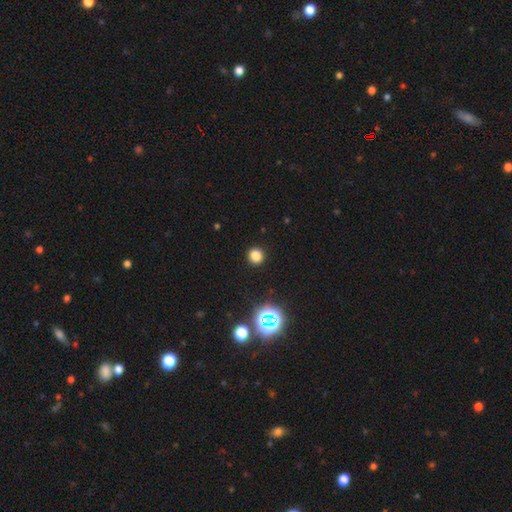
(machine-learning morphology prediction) A smooth galaxy with no disk features (79%) that is round (92%). Merging: none (92%).